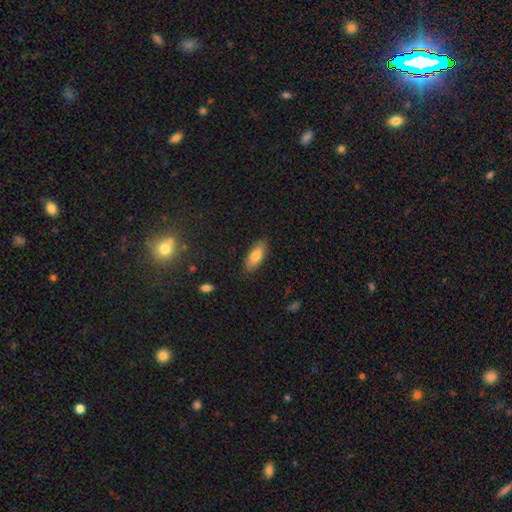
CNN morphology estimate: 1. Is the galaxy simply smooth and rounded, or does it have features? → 78% smooth, 15% featured or disk, 7% star or artifact.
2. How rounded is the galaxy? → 76% in between, 22% cigar-shaped, 2% round.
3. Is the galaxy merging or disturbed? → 84% none, 12% minor disturbance, 2% major disturbance, 1% merger.